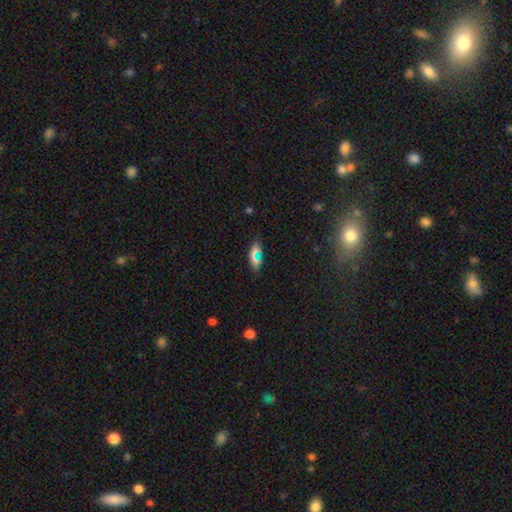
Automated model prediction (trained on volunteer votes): Smooth or featured: smooth — 52% (star or artifact — 33%)
How rounded: in between — 74% (cigar-shaped — 16%)
Merging: none — 63% (minor disturbance — 18%)